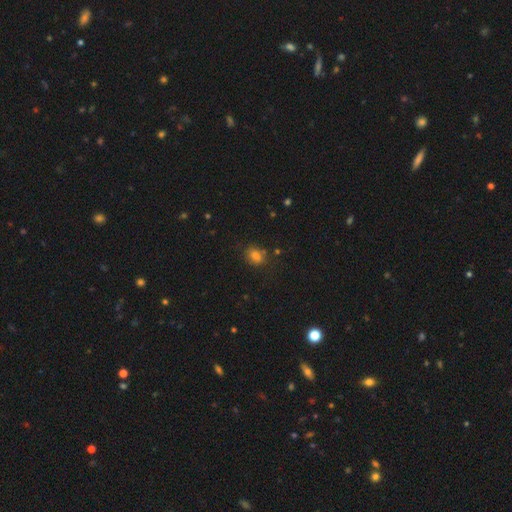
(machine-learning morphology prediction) Overall: smooth (77%). How rounded: in between (60%; round 39%). Merging: none (74%).